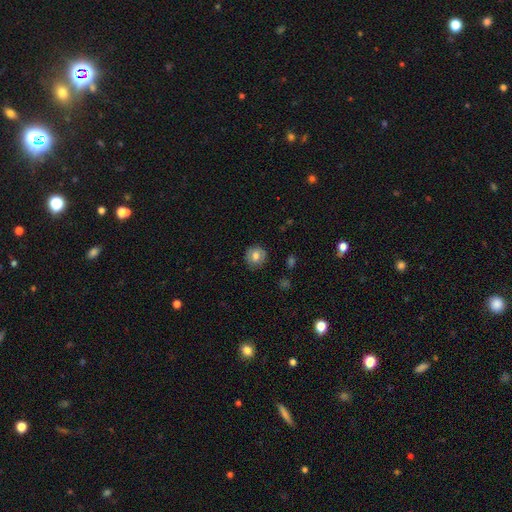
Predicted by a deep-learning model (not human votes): Q: Smooth or featured?
A: smooth (71%); runner-up: featured or disk (20%)
Q: How rounded?
A: round (88%); runner-up: in between (11%)
Q: Merging?
A: none (85%); runner-up: minor disturbance (11%)